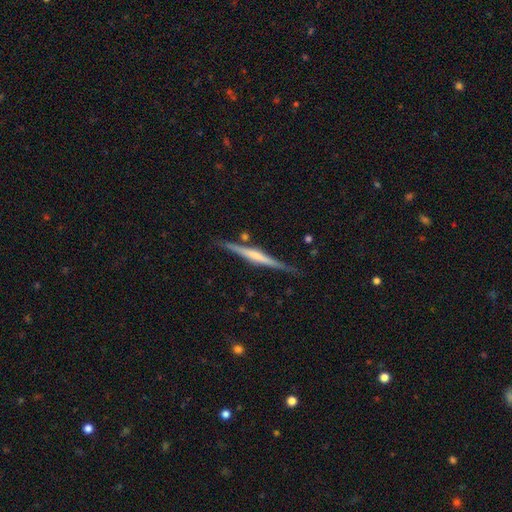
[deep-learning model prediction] Smooth or featured? featured or disk (71%)
Edge-on disk? yes (98%)
Edge-on bulge? rounded (46%)
Merging? none (85%)